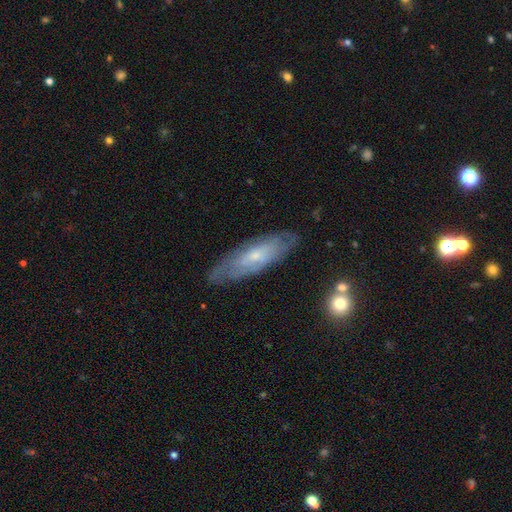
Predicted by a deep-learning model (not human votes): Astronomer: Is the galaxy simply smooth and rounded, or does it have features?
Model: featured or disk — 59%.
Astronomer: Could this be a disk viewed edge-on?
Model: no — 69%.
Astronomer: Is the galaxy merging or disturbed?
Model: none — 78%.